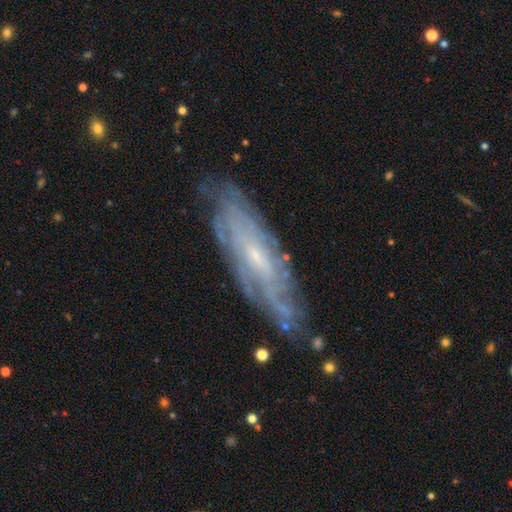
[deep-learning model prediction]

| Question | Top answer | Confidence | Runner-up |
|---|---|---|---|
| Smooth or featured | featured or disk | 81% | smooth (12%) |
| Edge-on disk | no | 79% | yes (21%) |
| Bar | no | 59% | weak (33%) |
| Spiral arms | yes | 92% | no (8%) |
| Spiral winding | tight | 68% | medium (26%) |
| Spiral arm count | can't tell | 55% | 4 (12%) |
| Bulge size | small | 72% | moderate (21%) |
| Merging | none | 77% | minor disturbance (17%) |